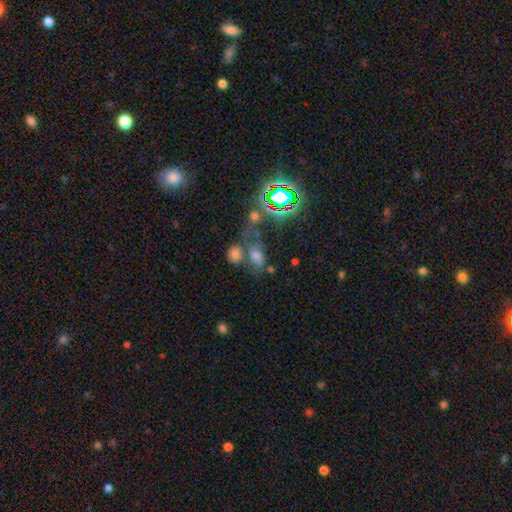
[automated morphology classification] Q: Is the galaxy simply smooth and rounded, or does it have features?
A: smooth — 45%.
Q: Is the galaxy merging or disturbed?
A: none — 42%.